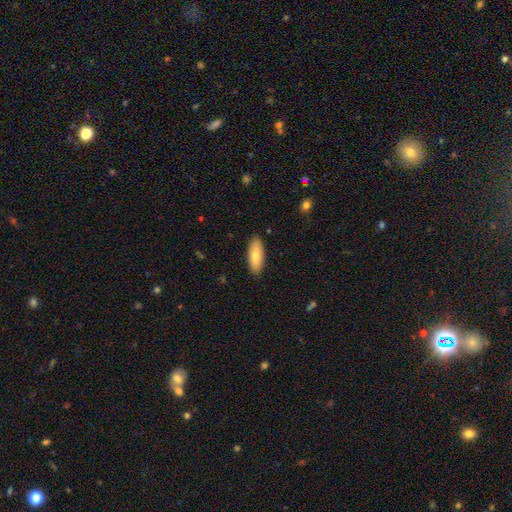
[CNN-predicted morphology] smooth 79%, featured or disk 15%, star or artifact 6%. Down the decision tree: how rounded — in between (73%); merging — none (89%).